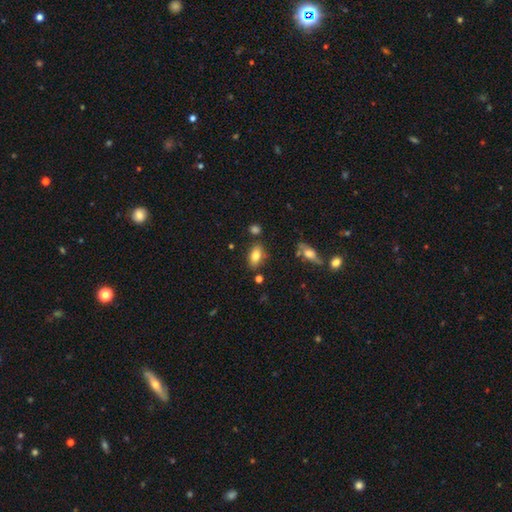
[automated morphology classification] type=smooth (78%); roundness=in between (89%); merging=none (78%).